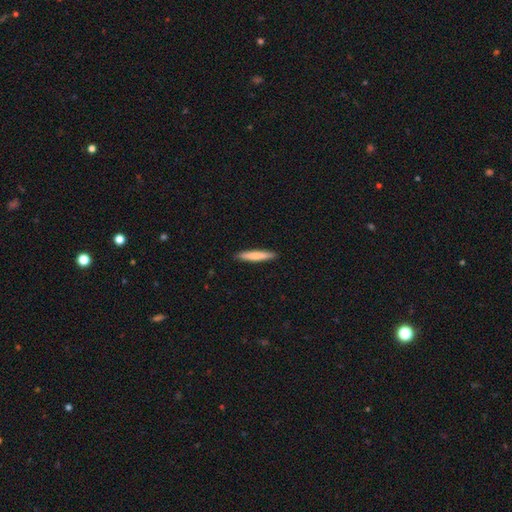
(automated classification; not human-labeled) Smooth or featured? smooth (75%)
How rounded? cigar-shaped (93%)
Merging? none (91%)